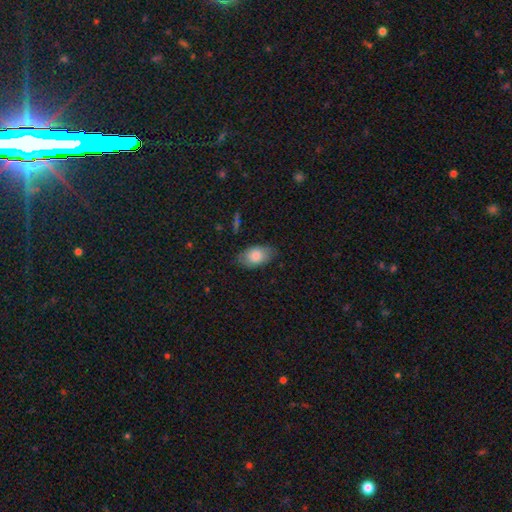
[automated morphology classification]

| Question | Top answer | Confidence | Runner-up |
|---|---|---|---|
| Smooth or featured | smooth | 81% | featured or disk (12%) |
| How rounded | in between | 91% | round (7%) |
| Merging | none | 76% | minor disturbance (19%) |